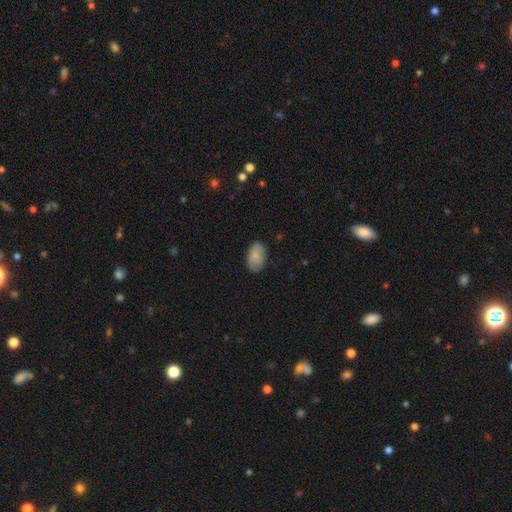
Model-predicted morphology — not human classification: This is clearly a smooth galaxy (85%). How rounded: clearly in between (92%). Merging: clearly none (82%).